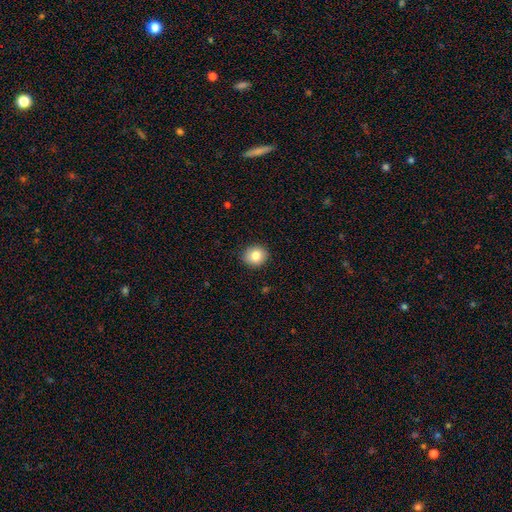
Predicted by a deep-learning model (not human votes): The model was most divided on "how rounded": round: 74%, in between: 25%, cigar-shaped: 1%. More confident: merging — none (90%); smooth or featured — smooth (83%).